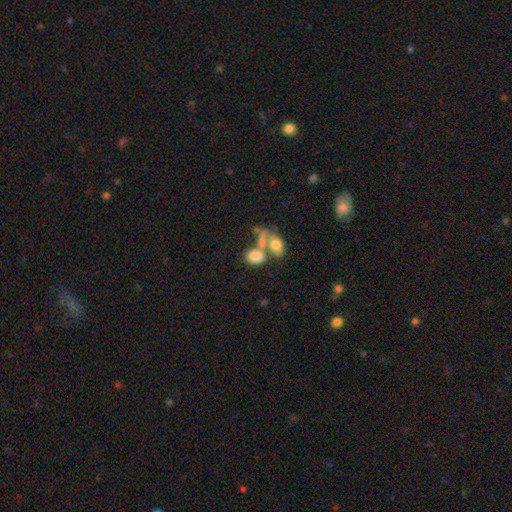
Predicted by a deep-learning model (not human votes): Smooth or featured? smooth (78%)
How rounded? in between (70%)
Merging? merger (53%)